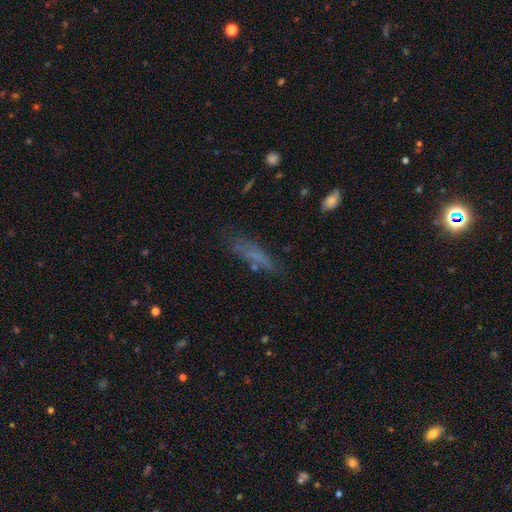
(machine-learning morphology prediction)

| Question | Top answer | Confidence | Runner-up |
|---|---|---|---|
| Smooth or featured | smooth | 62% | featured or disk (25%) |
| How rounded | cigar-shaped | 71% | in between (26%) |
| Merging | none | 62% | minor disturbance (23%) |